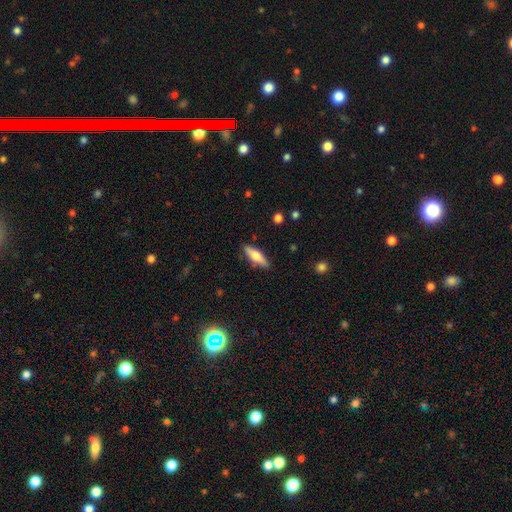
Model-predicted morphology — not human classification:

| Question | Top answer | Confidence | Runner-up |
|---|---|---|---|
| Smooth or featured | smooth | 56% | featured or disk (37%) |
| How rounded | cigar-shaped | 58% | in between (40%) |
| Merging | none | 86% | minor disturbance (10%) |